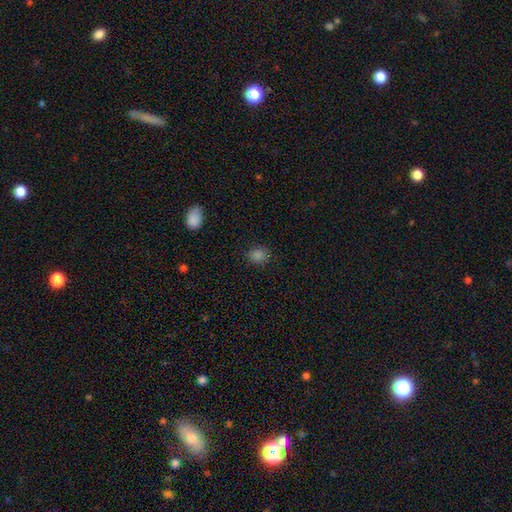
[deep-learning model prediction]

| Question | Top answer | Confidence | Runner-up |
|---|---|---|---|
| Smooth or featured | smooth | 81% | star or artifact (15%) |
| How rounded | round | 60% | in between (39%) |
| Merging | none | 87% | minor disturbance (9%) |